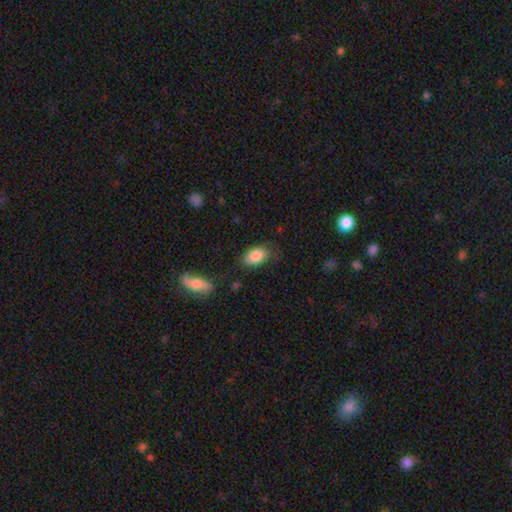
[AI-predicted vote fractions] A smooth galaxy with no disk features (85%) that is in between round and cigar-shaped (90%). Merging: none (73%).